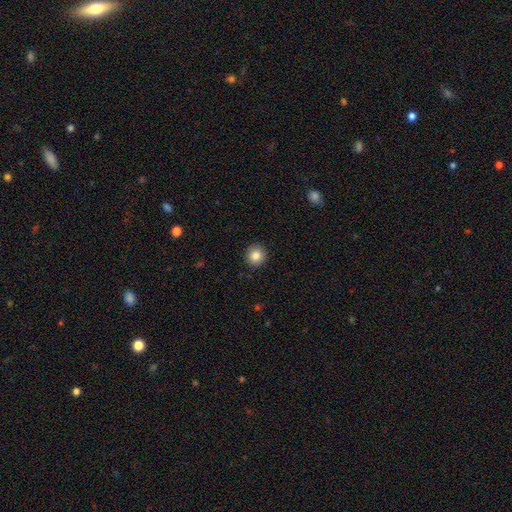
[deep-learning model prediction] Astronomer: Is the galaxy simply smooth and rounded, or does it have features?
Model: smooth — 85%.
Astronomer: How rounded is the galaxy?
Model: round — 92%.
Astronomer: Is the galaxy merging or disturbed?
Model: none — 92%.